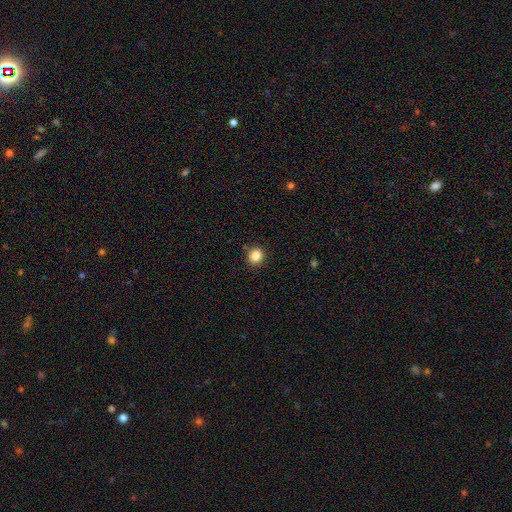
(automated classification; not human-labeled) Smooth or featured?
  - smooth: 85% *
  - star or artifact: 11%
  - featured or disk: 4%
How rounded?
  - round: 82% *
  - in between: 17%
  - cigar-shaped: 1%
Merging?
  - none: 89% *
  - minor disturbance: 7%
  - major disturbance: 2%
  - merger: 2%